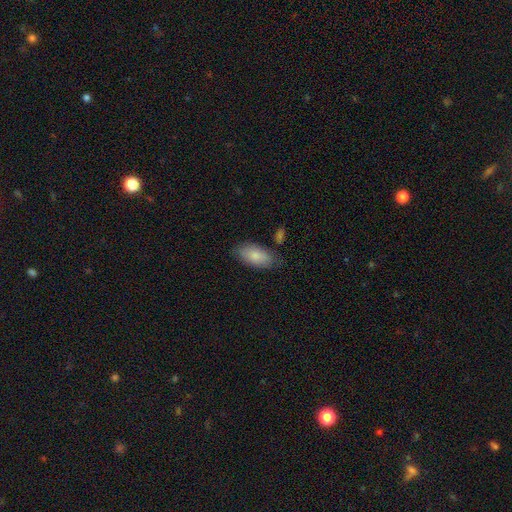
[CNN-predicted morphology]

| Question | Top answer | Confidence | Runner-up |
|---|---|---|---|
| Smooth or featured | smooth | 83% | featured or disk (11%) |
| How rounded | in between | 92% | cigar-shaped (6%) |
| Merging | none | 73% | minor disturbance (18%) |